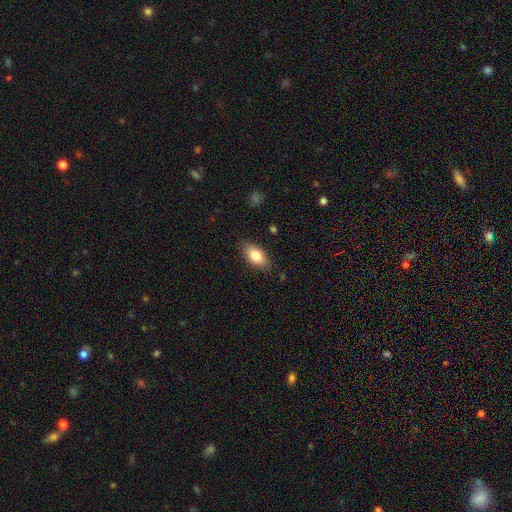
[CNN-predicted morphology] smooth_or_featured: smooth (p=0.82) [alt: featured or disk p=0.11]
how_rounded: in between (p=0.90) [alt: cigar-shaped p=0.06]
merging: none (p=0.83) [alt: minor disturbance p=0.13]